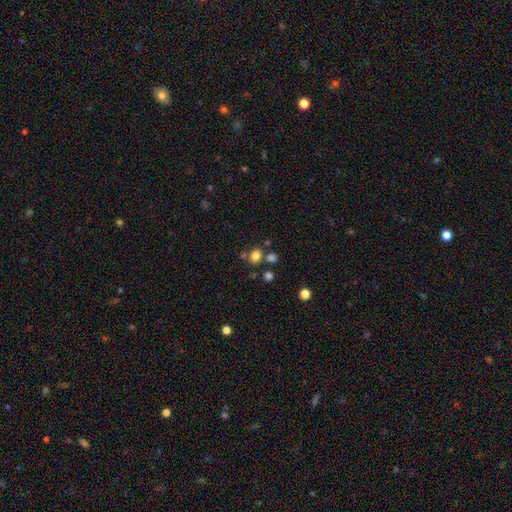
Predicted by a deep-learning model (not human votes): Smooth or featured: smooth — 79% (star or artifact — 15%)
How rounded: round — 58% (in between — 41%)
Merging: none — 68% (merger — 17%)